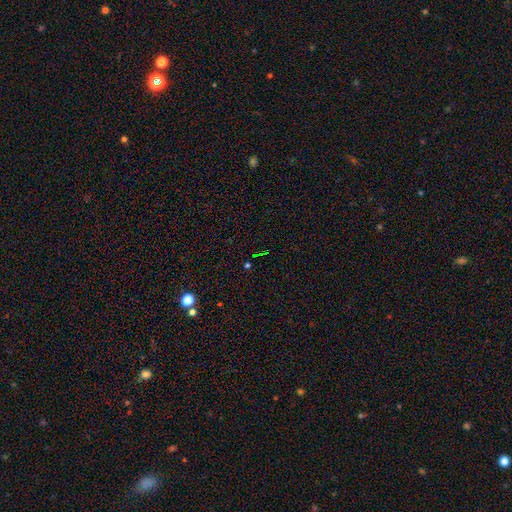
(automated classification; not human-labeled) A star or artifact, not a galaxy (75%).

Vote fractions:
- Smooth or featured? star or artifact: 75% / smooth: 15% / featured or disk: 10%